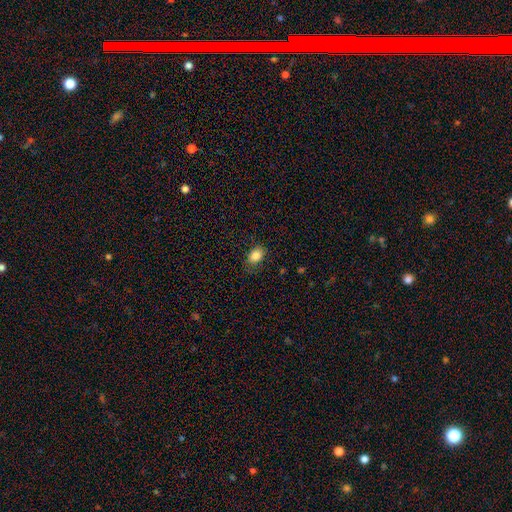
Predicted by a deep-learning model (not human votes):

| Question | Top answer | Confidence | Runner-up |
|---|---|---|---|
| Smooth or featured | smooth | 84% | star or artifact (9%) |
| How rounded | in between | 71% | round (27%) |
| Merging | none | 78% | minor disturbance (17%) |